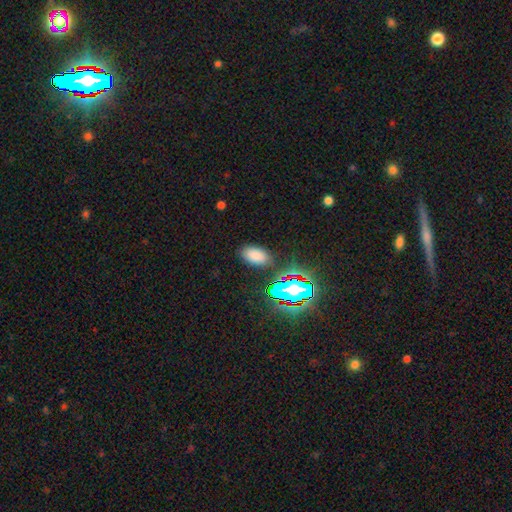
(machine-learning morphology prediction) Smooth or featured? Predicted: smooth (p=0.74). How rounded? Predicted: in between (p=0.92). Merging? Predicted: none (p=0.85).